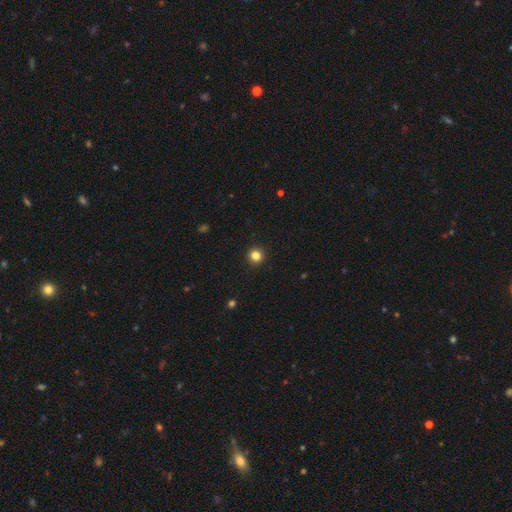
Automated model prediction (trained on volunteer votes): Morphology: type=smooth (83%); roundness=round (95%); merging=none (93%).